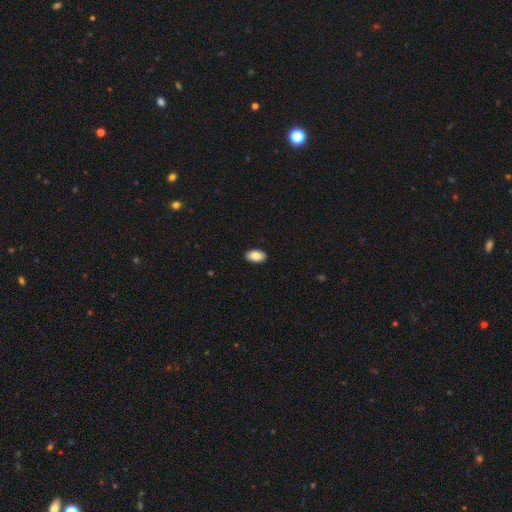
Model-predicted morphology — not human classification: smooth-or-featured: smooth: 87% | star or artifact: 7% | featured or disk: 6%
  how-rounded: in between: 94% | round: 5% | cigar-shaped: 1%
  merging: none: 91% | minor disturbance: 7% | major disturbance: 2% | merger: 1%